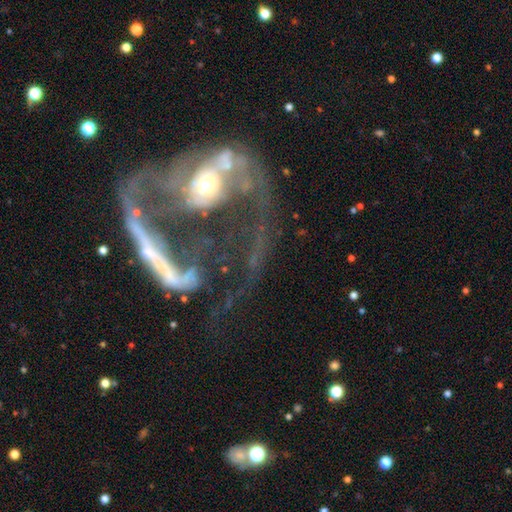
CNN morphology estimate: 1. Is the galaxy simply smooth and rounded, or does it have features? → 74% featured or disk, 15% smooth, 11% star or artifact.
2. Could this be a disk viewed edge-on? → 91% no, 9% yes.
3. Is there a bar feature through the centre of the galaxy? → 67% no, 19% weak, 14% strong.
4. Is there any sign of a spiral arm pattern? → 58% yes, 42% no.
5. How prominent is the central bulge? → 45% moderate, 42% small, 6% large, 5% none, 3% dominant.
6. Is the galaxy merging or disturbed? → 49% merger, 34% major disturbance, 11% none, 6% minor disturbance.